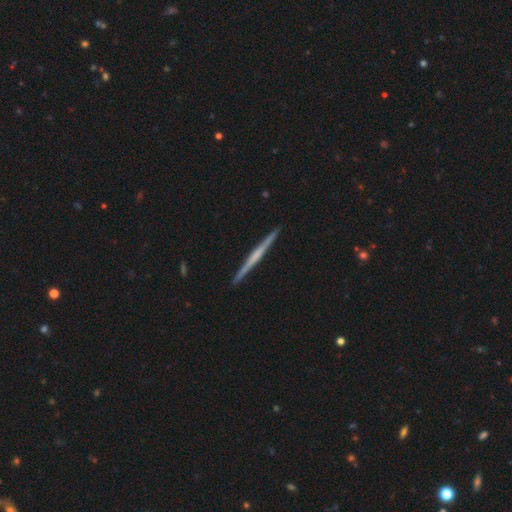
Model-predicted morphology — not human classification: Smooth or featured: featured or disk — 70% (smooth — 25%)
Edge-on disk: yes — 98% (no — 2%)
Edge-on bulge: none — 56% (rounded — 32%)
Merging: none — 93% (minor disturbance — 5%)